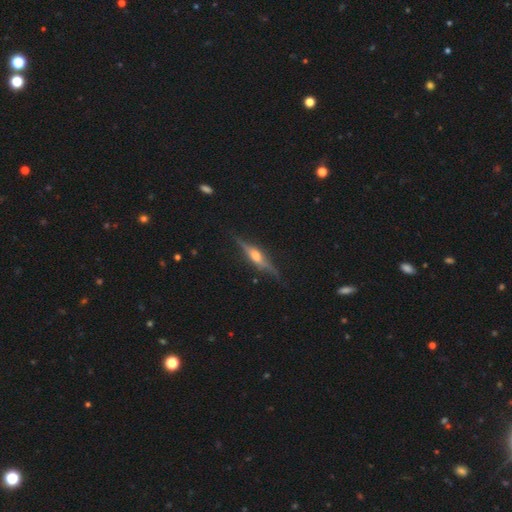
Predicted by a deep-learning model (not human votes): Q: Smooth or featured?
A: featured or disk (78%); runner-up: smooth (15%)
Q: Edge-on disk?
A: yes (97%); runner-up: no (3%)
Q: Edge-on bulge?
A: rounded (90%); runner-up: boxy (7%)
Q: Merging?
A: none (84%); runner-up: minor disturbance (12%)